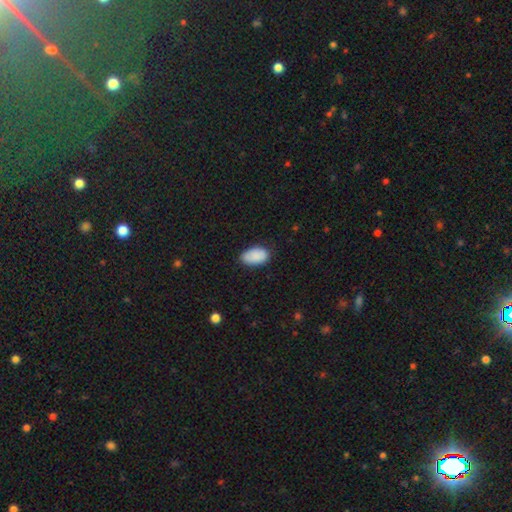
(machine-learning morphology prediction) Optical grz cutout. It shows a smooth galaxy with no disk features (89%) that is in between round and cigar-shaped (94%). Merging: none (80%).